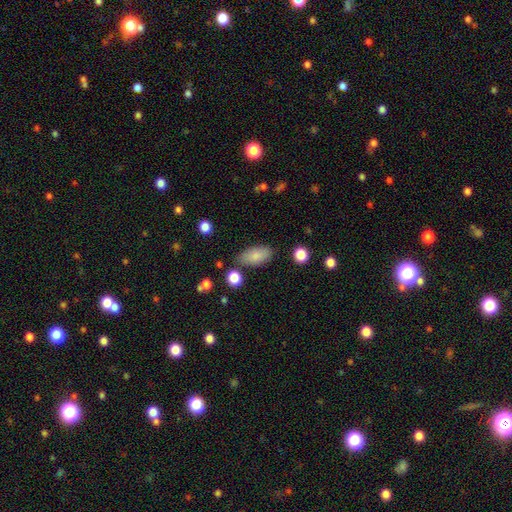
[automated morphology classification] Overall: smooth (83%). How rounded: in between (89%). Merging: none (76%).